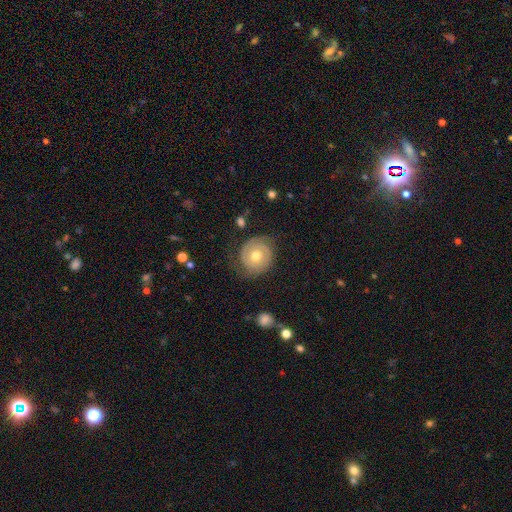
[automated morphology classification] A featured or disk galaxy (77%) with no bar (71%), 2 (85%) tight (64%) spiral arms (92%) and a moderate central bulge (79%).

Vote fractions:
- Smooth or featured? featured or disk: 77% / smooth: 17% / star or artifact: 6%
- Edge-on disk? no: 98% / yes: 2%
- Bar? no: 71% / weak: 24% / strong: 5%
- Spiral arms? yes: 92% / no: 8%
- Spiral winding? tight: 64% / medium: 28% / loose: 9%
- Spiral arm count? 2: 85% / can't tell: 7% / 1: 4% / 3: 2% / 4: 1% / more than 4: 1%
- Bulge size? moderate: 79% / small: 13% / large: 6% / none: 1% / dominant: 1%
- Merging? none: 76% / minor disturbance: 15% / major disturbance: 7% / merger: 1%